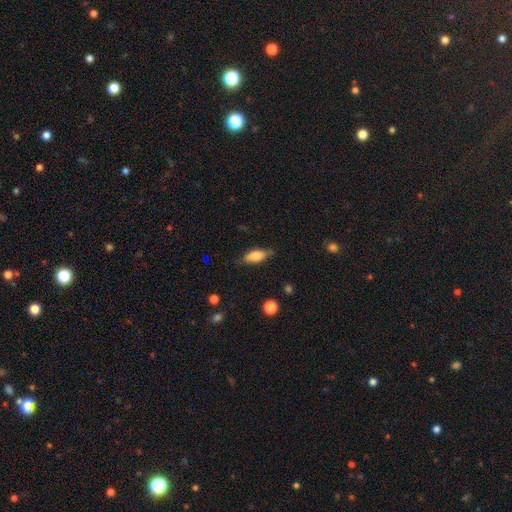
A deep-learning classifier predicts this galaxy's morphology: smooth_or_featured: smooth (p=0.67) [alt: featured or disk p=0.26]
how_rounded: in between (p=0.71) [alt: cigar-shaped p=0.27]
merging: none (p=0.77) [alt: minor disturbance p=0.18]